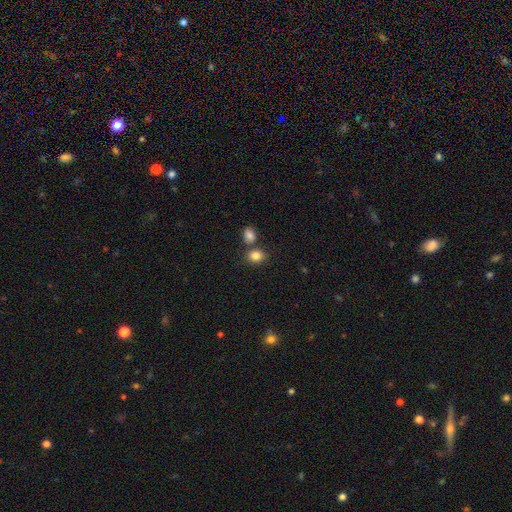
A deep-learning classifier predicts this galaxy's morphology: Smooth or featured? smooth (84%)
How rounded? round (51%)
Merging? none (65%)